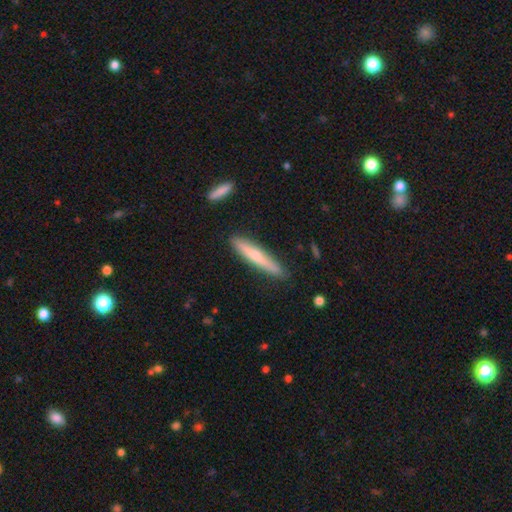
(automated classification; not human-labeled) Smooth or featured: smooth — 60% (featured or disk — 35%)
How rounded: cigar-shaped — 93% (in between — 6%)
Merging: none — 87% (minor disturbance — 9%)